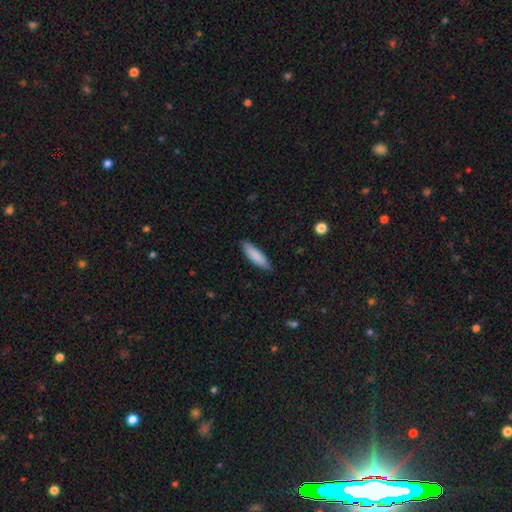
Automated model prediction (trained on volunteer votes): A smooth galaxy with no disk features (86%) that is cigar-shaped (58%). Merging: none (85%).